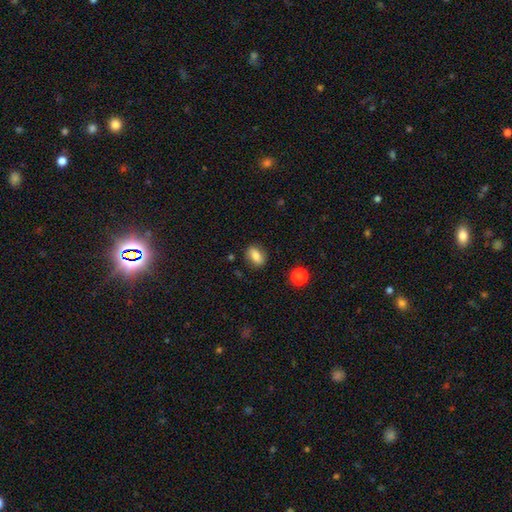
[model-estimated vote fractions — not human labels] smooth_or_featured: smooth (p=0.78) [alt: featured or disk p=0.13]
how_rounded: in between (p=0.75) [alt: round p=0.18]
merging: none (p=0.82) [alt: minor disturbance p=0.12]